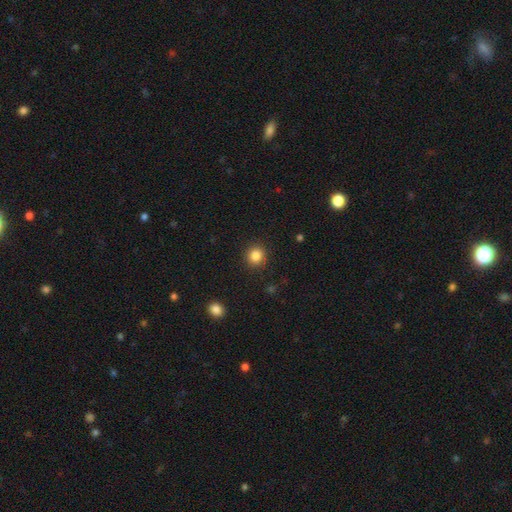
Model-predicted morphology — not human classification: Smooth or featured?
  - smooth: 85% *
  - star or artifact: 11%
  - featured or disk: 5%
How rounded?
  - round: 89% *
  - in between: 10%
  - cigar-shaped: 1%
Merging?
  - none: 91% *
  - minor disturbance: 6%
  - major disturbance: 2%
  - merger: 1%